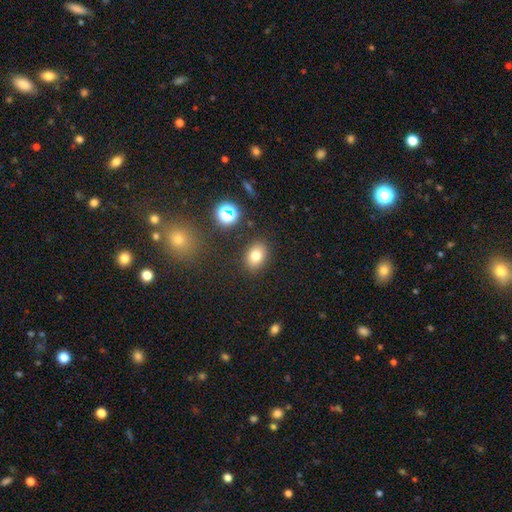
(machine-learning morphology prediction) Smooth or featured? smooth (77%)
How rounded? in between (68%)
Merging? none (86%)